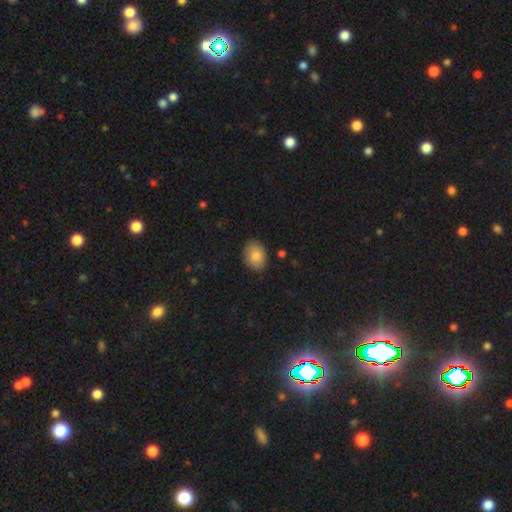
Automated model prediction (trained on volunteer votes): Q: Smooth or featured?
A: smooth (84%); runner-up: featured or disk (9%)
Q: How rounded?
A: in between (77%); runner-up: round (22%)
Q: Merging?
A: none (86%); runner-up: minor disturbance (10%)